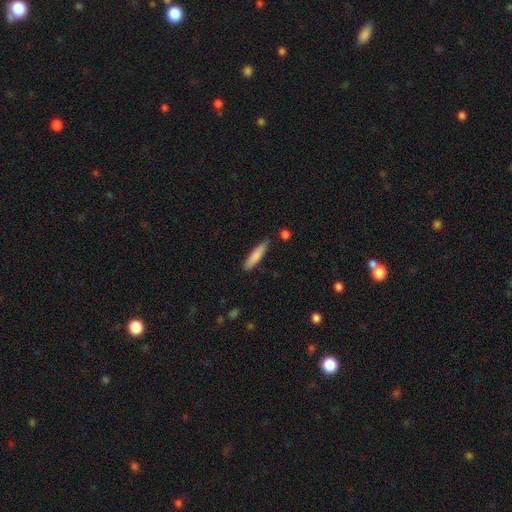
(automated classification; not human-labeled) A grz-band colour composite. It shows a smooth galaxy with no disk features (82%) that is cigar-shaped (82%). Merging: none (80%).